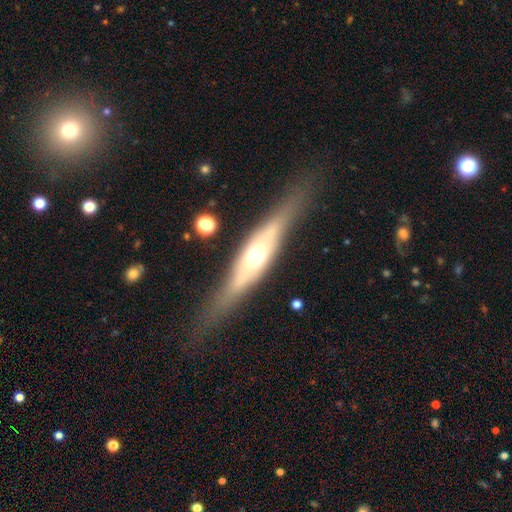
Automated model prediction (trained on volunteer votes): smooth_or_featured: featured or disk (p=0.65) [alt: smooth p=0.29]
disk_edge_on: yes (p=0.90) [alt: no p=0.10]
edge_on_bulge: rounded (p=0.84) [alt: boxy p=0.10]
merging: none (p=0.80) [alt: minor disturbance p=0.14]